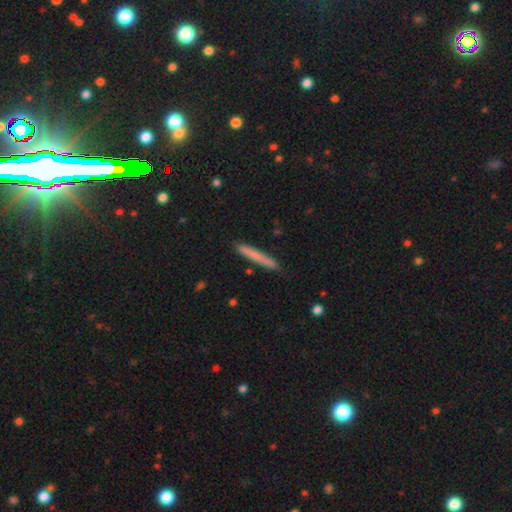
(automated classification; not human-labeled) Overall: smooth (73%). How rounded: cigar-shaped (97%). Merging: none (89%).